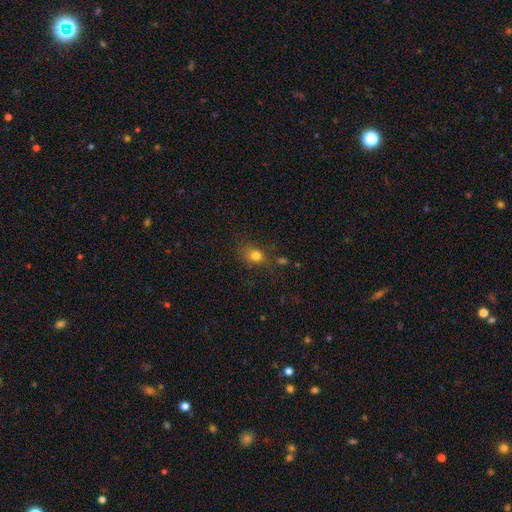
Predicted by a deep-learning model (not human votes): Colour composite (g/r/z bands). It shows a smooth galaxy with no disk features (75%) that is round (56%). Merging: none (68%).